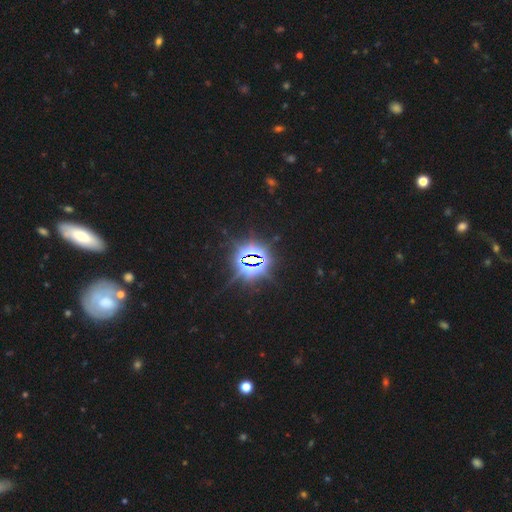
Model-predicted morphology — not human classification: Smooth or featured: star or artifact — 85% (smooth — 8%)